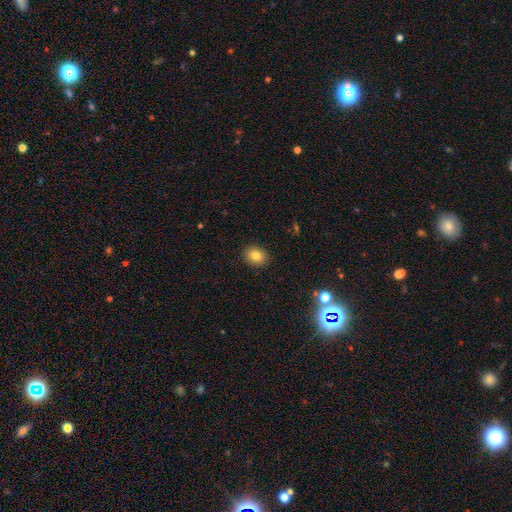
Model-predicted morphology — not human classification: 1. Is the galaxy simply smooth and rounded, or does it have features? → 81% smooth, 10% star or artifact, 9% featured or disk.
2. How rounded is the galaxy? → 55% round, 44% in between, 1% cigar-shaped.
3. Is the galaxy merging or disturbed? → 91% none, 6% minor disturbance, 2% major disturbance, 1% merger.